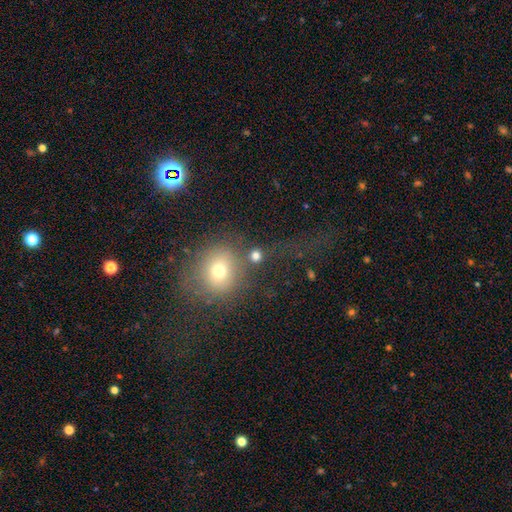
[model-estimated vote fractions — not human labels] Smooth or featured?
  - smooth: 74% *
  - star or artifact: 16%
  - featured or disk: 10%
How rounded?
  - round: 88% *
  - in between: 11%
  - cigar-shaped: 1%
Merging?
  - none: 61% *
  - merger: 19%
  - major disturbance: 10%
  - minor disturbance: 10%